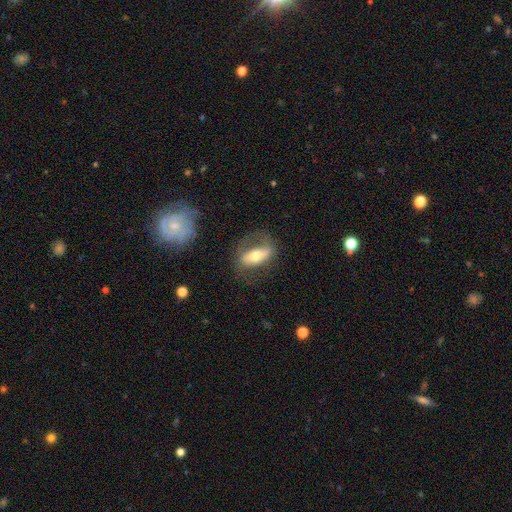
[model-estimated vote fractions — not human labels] A featured or disk galaxy (54%). Merging: none (60%).